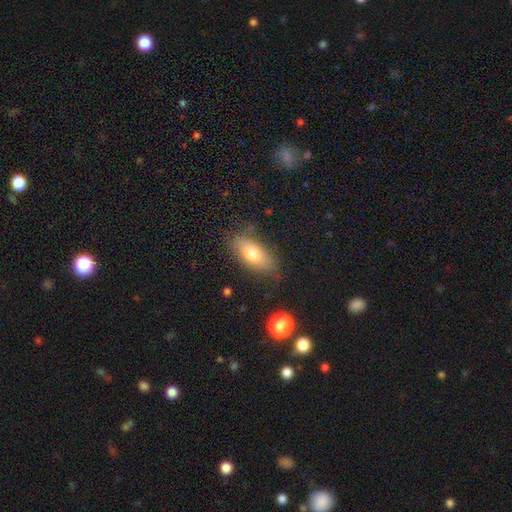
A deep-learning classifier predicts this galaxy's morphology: This is likely a smooth galaxy (70%). How rounded: clearly in between (82%). Merging: likely none (78%).